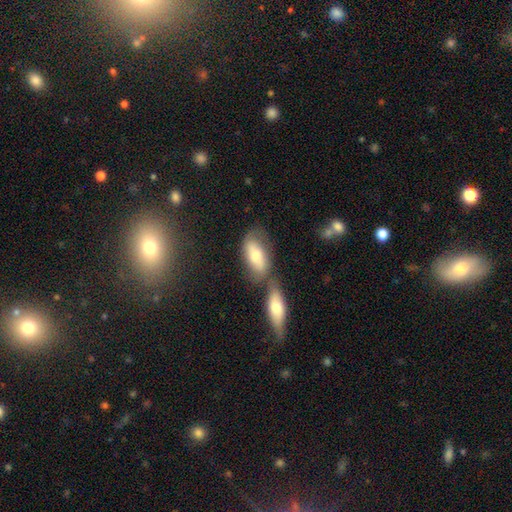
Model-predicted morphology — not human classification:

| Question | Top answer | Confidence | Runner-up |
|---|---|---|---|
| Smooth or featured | smooth | 65% | featured or disk (28%) |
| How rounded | in between | 86% | cigar-shaped (10%) |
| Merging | none | 44% | merger (34%) |